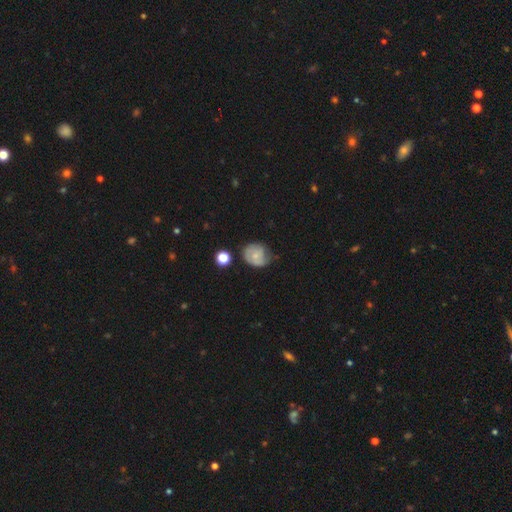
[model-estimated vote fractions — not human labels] Morphology: type=smooth (54%); roundness=round (66%); merging=none (50%).